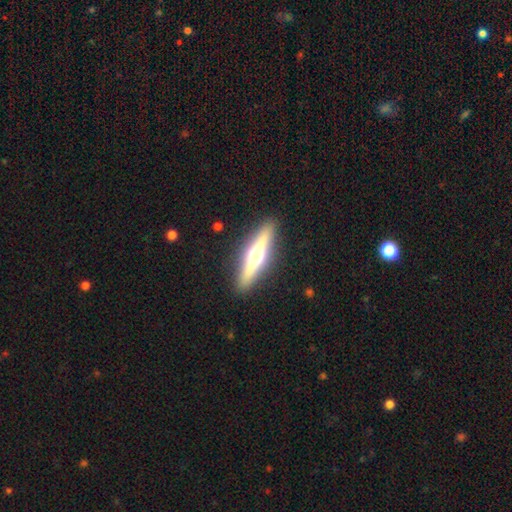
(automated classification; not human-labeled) Morphology: type=featured or disk (64%); edge-on=yes (94%); edge-on bulge=rounded (95%); merging=none (90%).